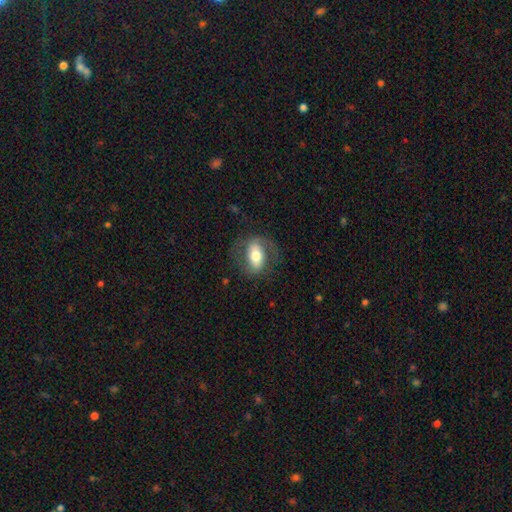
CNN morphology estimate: Smooth or featured: featured or disk — 49% (smooth — 45%)
Merging: none — 70% (minor disturbance — 17%)